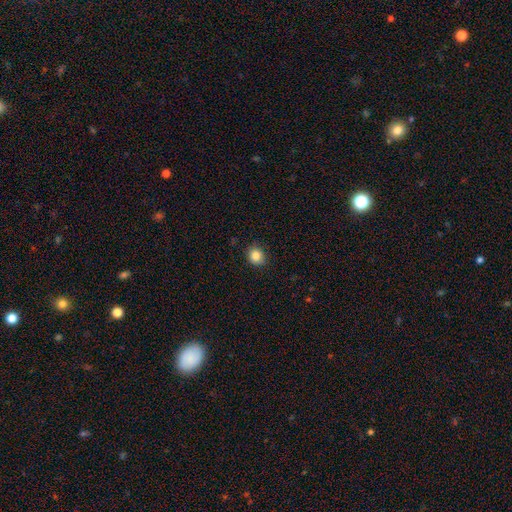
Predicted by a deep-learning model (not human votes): Overall: smooth (86%). How rounded: round (78%). Merging: none (86%).